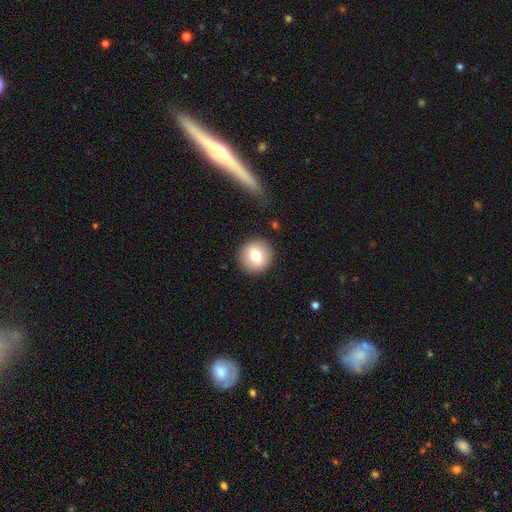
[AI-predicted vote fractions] Smooth or featured?
  - smooth: 73% *
  - featured or disk: 18%
  - star or artifact: 9%
How rounded?
  - round: 92% *
  - in between: 7%
  - cigar-shaped: 1%
Merging?
  - none: 89% *
  - minor disturbance: 7%
  - major disturbance: 2%
  - merger: 1%